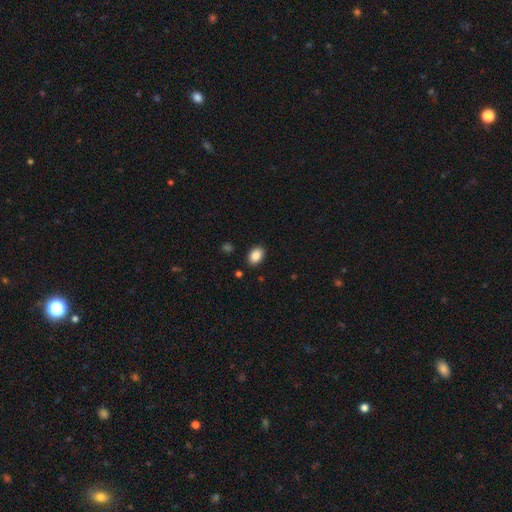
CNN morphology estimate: The model was most divided on "how rounded": in between: 82%, round: 17%, cigar-shaped: 1%. More confident: merging — none (88%); smooth or featured — smooth (87%).